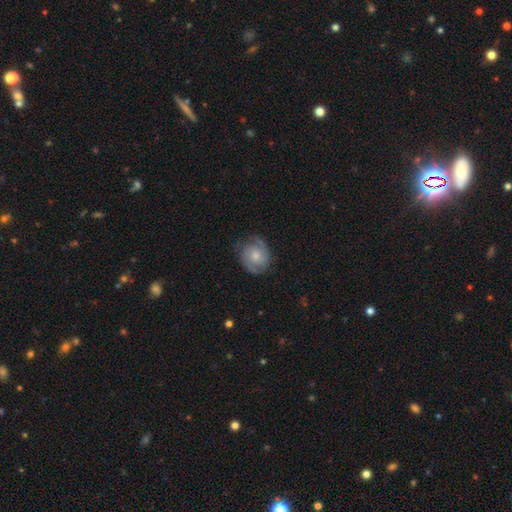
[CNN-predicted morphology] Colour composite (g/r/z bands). It shows a featured or disk galaxy (73%) with no bar (73%), 2 (69%) tight (51%) spiral arms (94%) and a moderate central bulge (49%). Merging: none (76%).